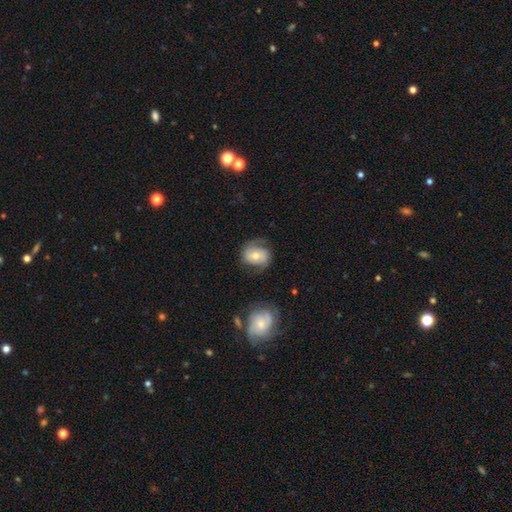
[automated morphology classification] Q: Smooth or featured?
A: featured or disk (55%); runner-up: smooth (38%)
Q: Edge-on disk?
A: no (97%); runner-up: yes (3%)
Q: Bar?
A: no (64%); runner-up: weak (27%)
Q: Spiral arms?
A: yes (84%); runner-up: no (16%)
Q: Bulge size?
A: moderate (61%); runner-up: small (32%)
Q: Merging?
A: none (64%); runner-up: minor disturbance (23%)